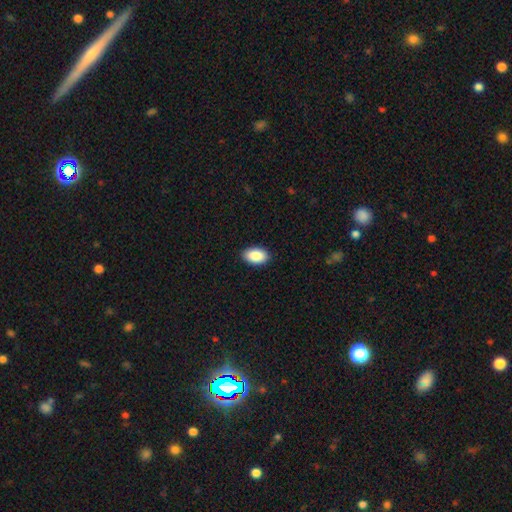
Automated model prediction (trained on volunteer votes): Smooth or featured: smooth — 90% (star or artifact — 7%)
How rounded: in between — 94% (round — 5%)
Merging: none — 90% (minor disturbance — 8%)